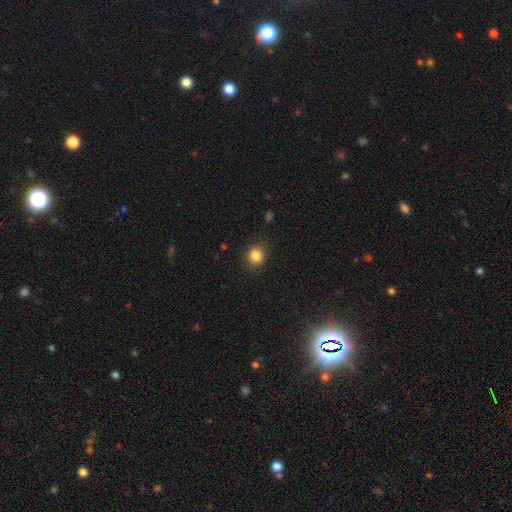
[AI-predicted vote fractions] smooth_or_featured: smooth (p=0.85) [alt: star or artifact p=0.10]
how_rounded: round (p=0.72) [alt: in between p=0.27]
merging: none (p=0.82) [alt: minor disturbance p=0.13]